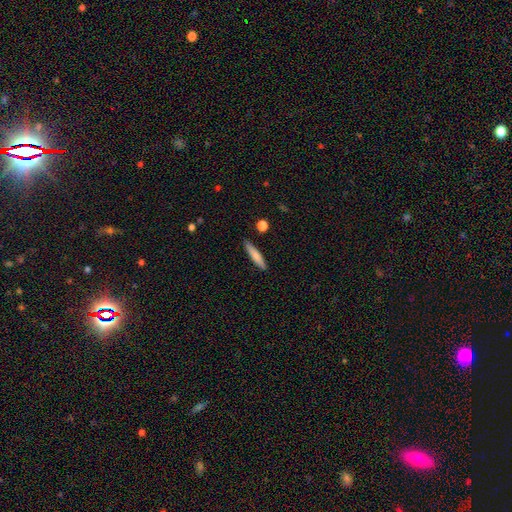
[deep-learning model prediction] The model was most divided on "smooth or featured": smooth: 73%, featured or disk: 21%, star or artifact: 6%. More confident: how rounded — cigar-shaped (89%); merging — none (87%).